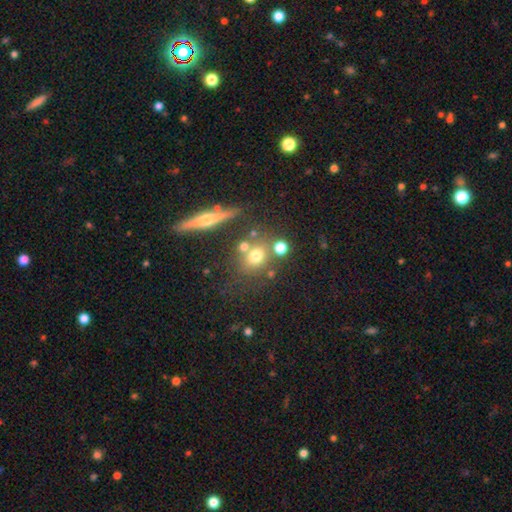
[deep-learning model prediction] Smooth or featured? smooth (65%)
How rounded? round (69%)
Merging? none (61%)